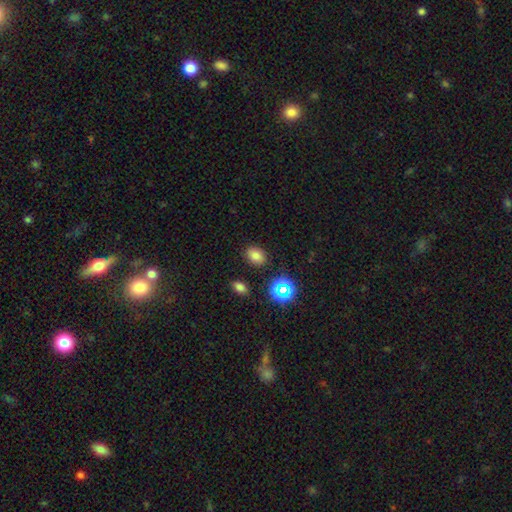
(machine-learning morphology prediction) Overall: smooth (74%). How rounded: in between (67%; round 32%). Merging: none (85%).